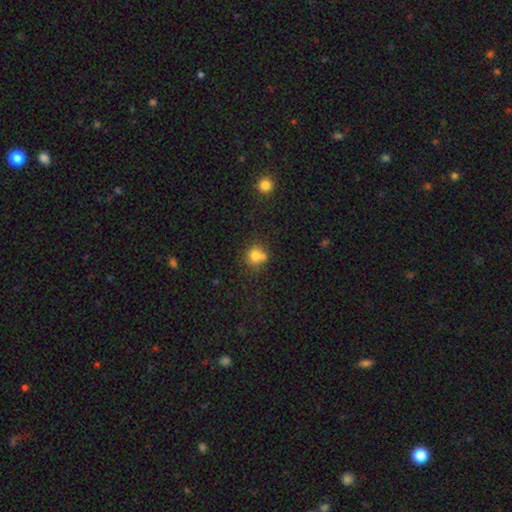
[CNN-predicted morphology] Q: Smooth or featured?
A: smooth (76%); runner-up: star or artifact (13%)
Q: How rounded?
A: round (82%); runner-up: in between (17%)
Q: Merging?
A: none (51%); runner-up: merger (31%)